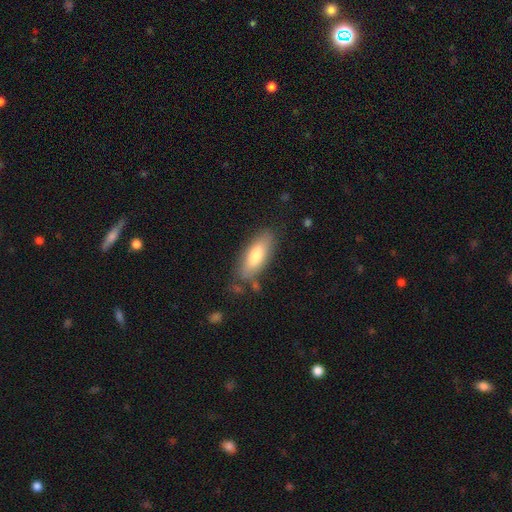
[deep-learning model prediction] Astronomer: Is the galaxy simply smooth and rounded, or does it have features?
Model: smooth — 75%.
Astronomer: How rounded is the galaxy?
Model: in between — 70%.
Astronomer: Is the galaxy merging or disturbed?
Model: none — 76%.